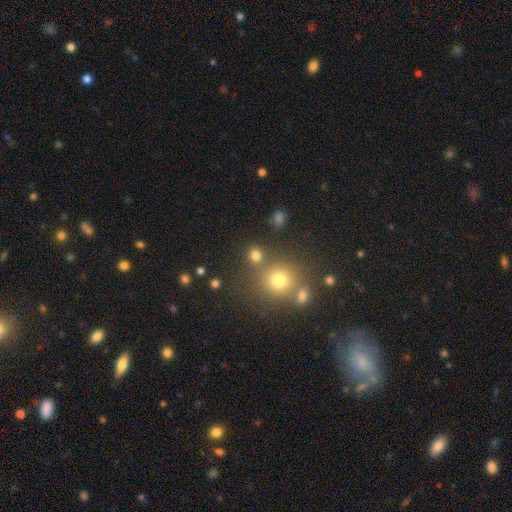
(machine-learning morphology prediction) Overall: smooth (76%). How rounded: round (85%). Merging: none (75%).